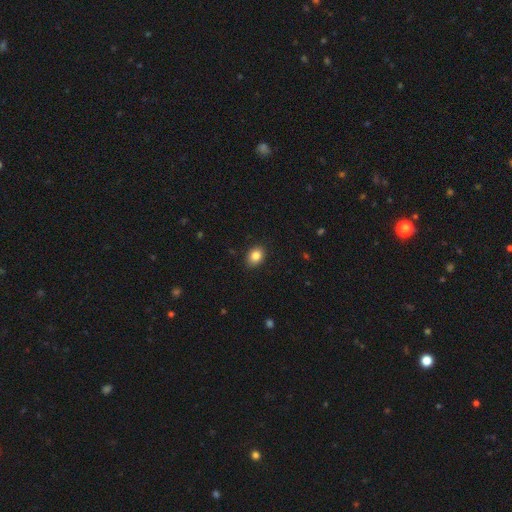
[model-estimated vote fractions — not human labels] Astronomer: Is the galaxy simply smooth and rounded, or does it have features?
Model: smooth — 85%.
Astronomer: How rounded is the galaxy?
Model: in between — 63%.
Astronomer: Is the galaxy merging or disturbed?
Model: none — 88%.